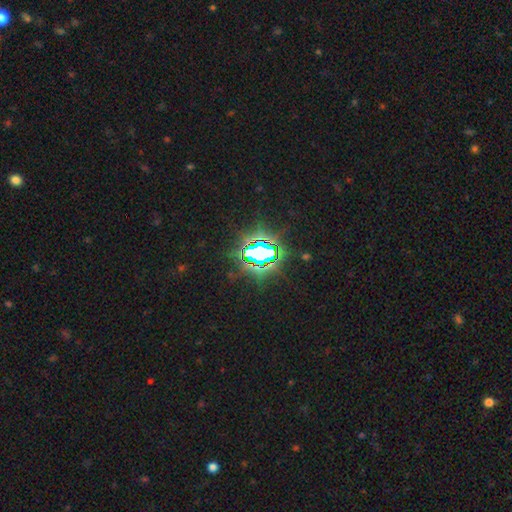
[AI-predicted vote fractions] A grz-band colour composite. It shows a star or artifact, not a galaxy (80%).